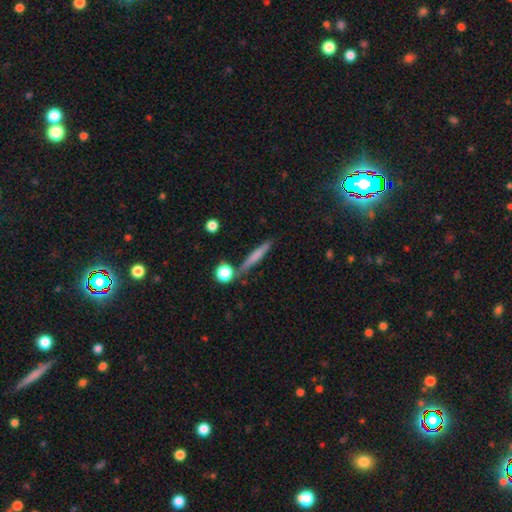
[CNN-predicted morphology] The model was most divided on "smooth or featured": smooth: 63%, featured or disk: 29%, star or artifact: 8%. More confident: how rounded — cigar-shaped (90%); merging — none (80%).